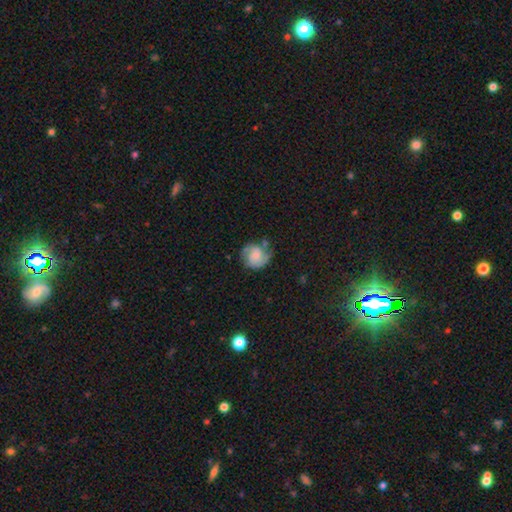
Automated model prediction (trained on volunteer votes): The model was most divided on "bulge size": none: 36%, small: 27%, moderate: 19%, large: 13%, dominant: 4%. More confident: edge-on disk — no (98%); spiral arms — yes (88%); bar — no (63%); smooth or featured — featured or disk (57%); merging — none (54%).